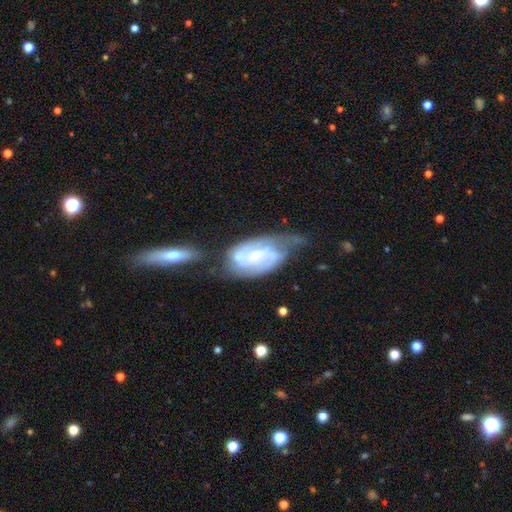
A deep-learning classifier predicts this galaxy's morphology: Smooth or featured: featured or disk — 79% (smooth — 15%)
Edge-on disk: no — 94% (yes — 6%)
Bar: weak — 45% (no — 39%)
Spiral arms: yes — 92% (no — 8%)
Spiral winding: medium — 42% (tied with tight — 42%)
Spiral arm count: 2 — 60% (can't tell — 22%)
Bulge size: small — 61% (moderate — 25%)
Merging: none — 35% (minor disturbance — 26%)